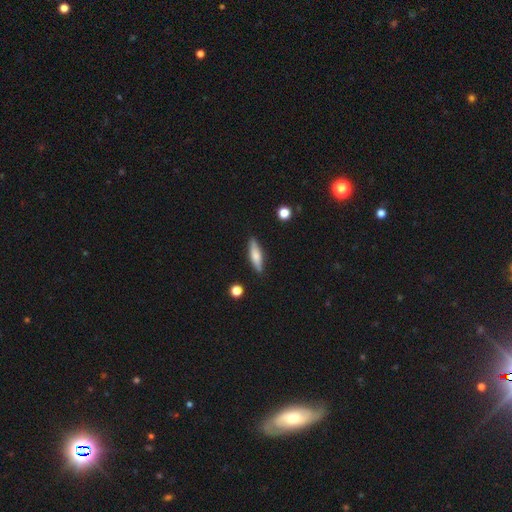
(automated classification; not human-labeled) Morphology: type=smooth (68%); roundness=cigar-shaped (65%); merging=none (86%).